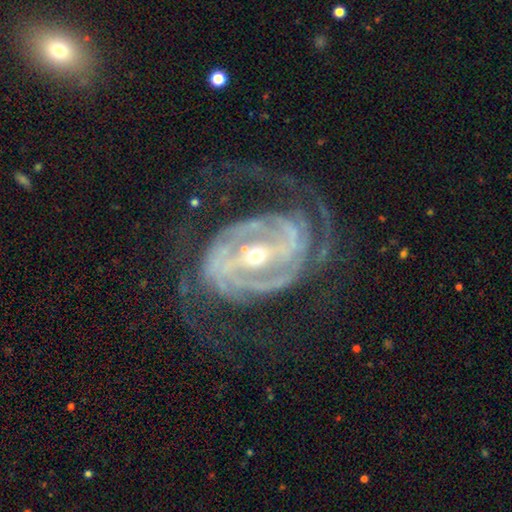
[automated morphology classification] Smooth or featured? Predicted: featured or disk (p=0.92). Edge-on disk? Predicted: no (p=0.96). Bar? Predicted: strong (p=0.68). Spiral arms? Predicted: yes (p=0.97). Spiral winding? Predicted: tight (p=0.47). Spiral arm count? Predicted: 2 (p=0.55). Bulge size? Predicted: small (p=0.59). Merging? Predicted: none (p=0.64).